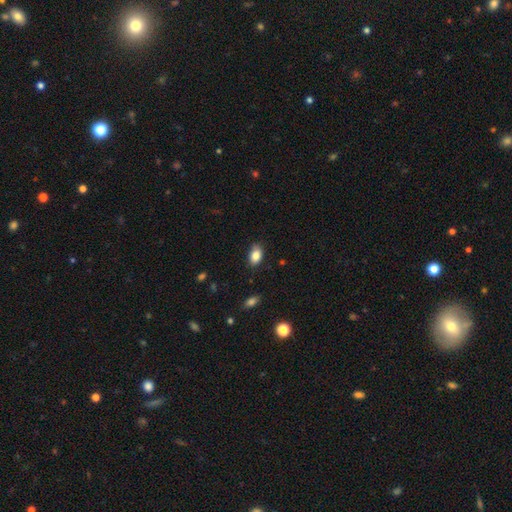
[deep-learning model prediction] Smooth or featured? Predicted: smooth (p=0.85). How rounded? Predicted: in between (p=0.89). Merging? Predicted: none (p=0.82).